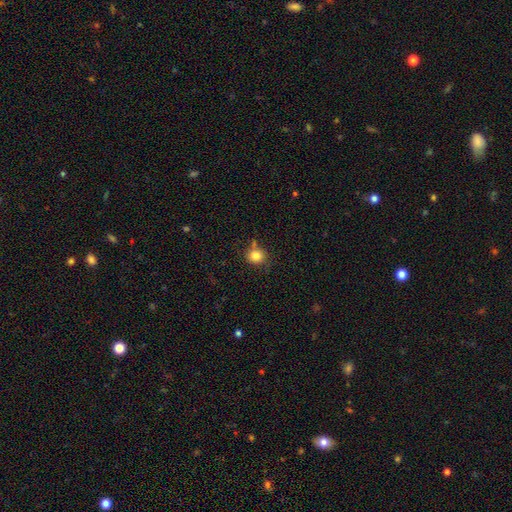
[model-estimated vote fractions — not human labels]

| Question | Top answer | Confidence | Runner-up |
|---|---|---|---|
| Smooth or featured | smooth | 82% | star or artifact (11%) |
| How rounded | round | 85% | in between (14%) |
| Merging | none | 74% | minor disturbance (13%) |